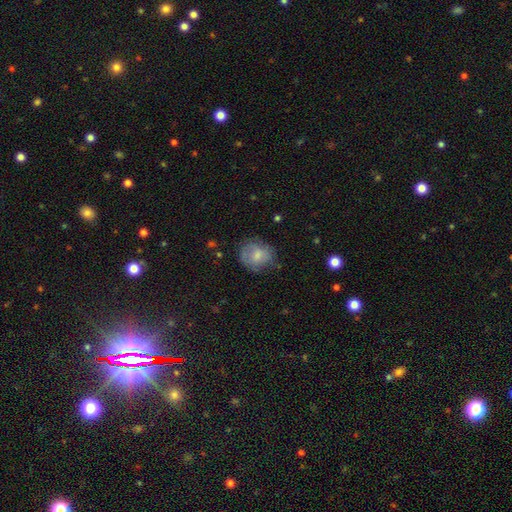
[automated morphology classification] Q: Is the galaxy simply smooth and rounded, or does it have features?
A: smooth — 66%.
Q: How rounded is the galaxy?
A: round — 71%.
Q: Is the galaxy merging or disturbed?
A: none — 65%.